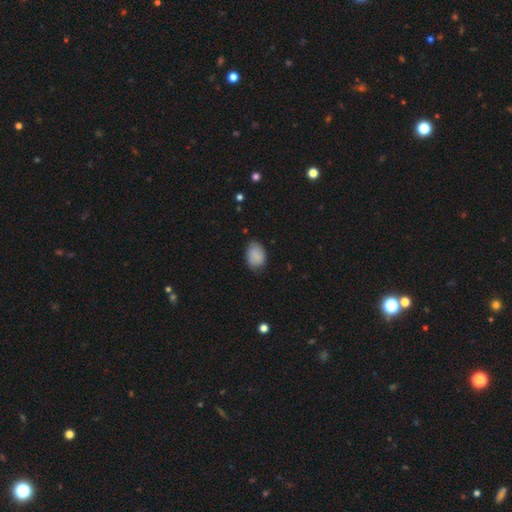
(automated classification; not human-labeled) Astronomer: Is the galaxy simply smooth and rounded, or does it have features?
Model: smooth — 83%.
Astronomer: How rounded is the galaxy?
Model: in between — 77%.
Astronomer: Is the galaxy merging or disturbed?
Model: none — 71%.